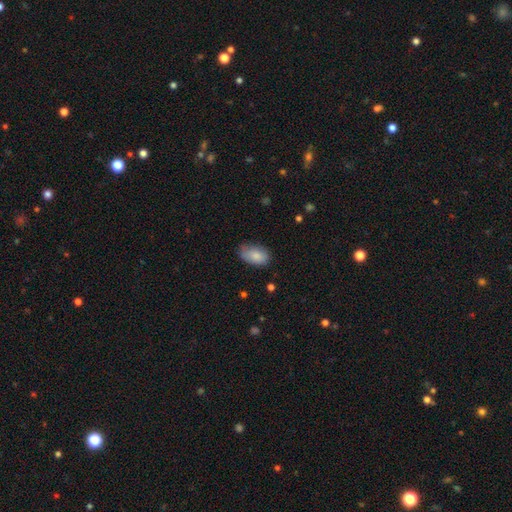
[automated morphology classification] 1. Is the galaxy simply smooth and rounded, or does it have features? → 84% smooth, 9% featured or disk, 7% star or artifact.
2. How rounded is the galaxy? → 92% in between, 6% round, 2% cigar-shaped.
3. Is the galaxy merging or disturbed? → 63% none, 29% minor disturbance, 6% major disturbance, 2% merger.